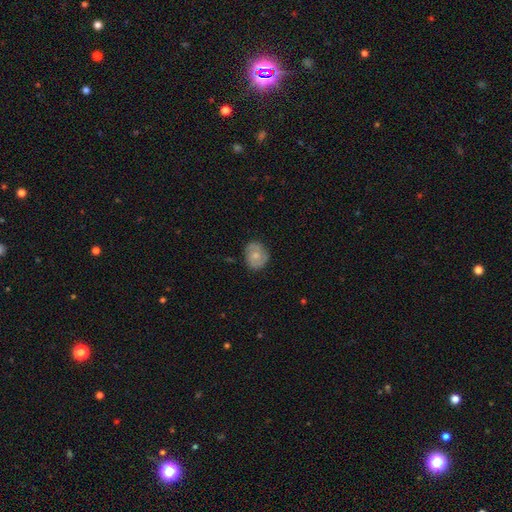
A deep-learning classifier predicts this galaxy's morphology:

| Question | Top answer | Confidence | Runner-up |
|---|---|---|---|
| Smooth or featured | smooth | 57% | featured or disk (36%) |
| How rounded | round | 61% | in between (38%) |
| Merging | none | 78% | minor disturbance (17%) |